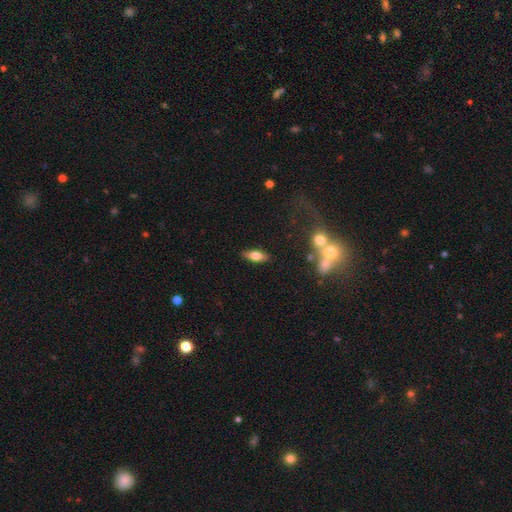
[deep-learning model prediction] Smooth or featured? smooth (60%)
How rounded? in between (72%)
Merging? none (85%)